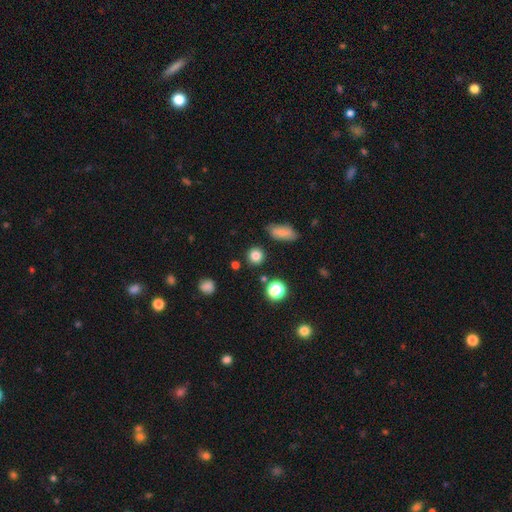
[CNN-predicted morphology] Smooth or featured? smooth (81%)
How rounded? round (90%)
Merging? none (87%)